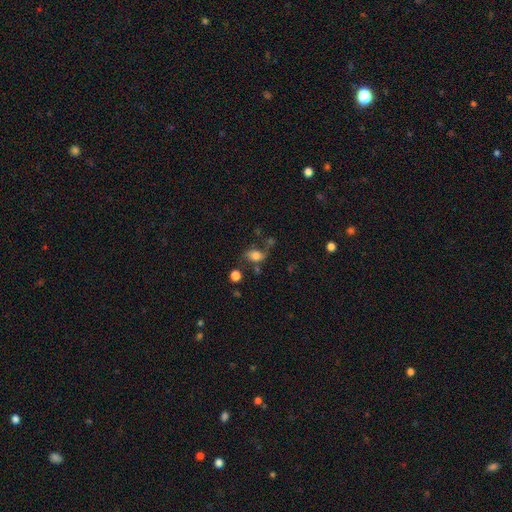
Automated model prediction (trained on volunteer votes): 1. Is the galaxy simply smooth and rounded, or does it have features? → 59% smooth, 27% featured or disk, 13% star or artifact.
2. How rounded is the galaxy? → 65% in between, 32% round, 3% cigar-shaped.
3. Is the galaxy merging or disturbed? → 50% none, 23% minor disturbance, 16% major disturbance, 12% merger.